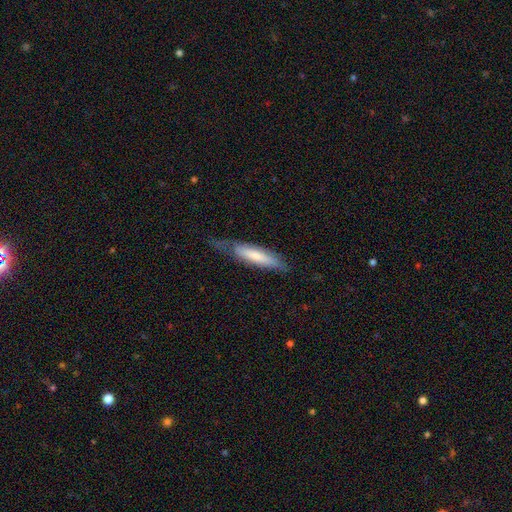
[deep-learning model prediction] Smooth or featured? smooth (63%)
How rounded? cigar-shaped (76%)
Merging? none (52%)